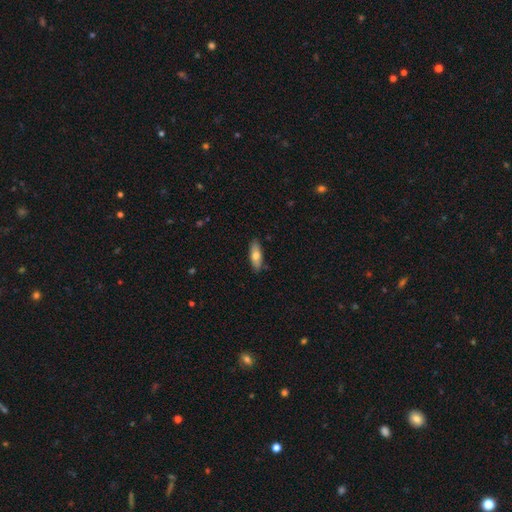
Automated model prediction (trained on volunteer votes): Smooth or featured? Predicted: smooth (p=0.70). How rounded? Predicted: in between (p=0.61). Merging? Predicted: none (p=0.85).